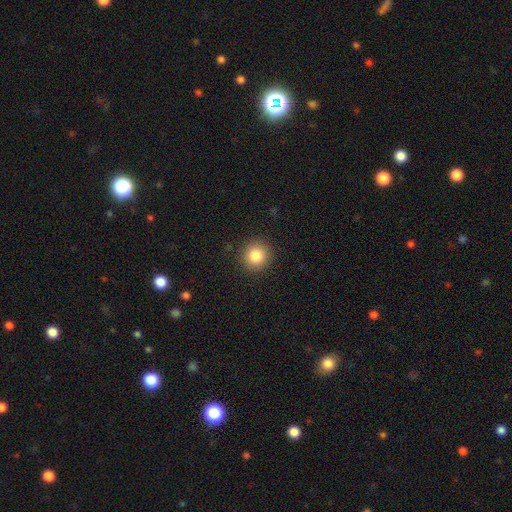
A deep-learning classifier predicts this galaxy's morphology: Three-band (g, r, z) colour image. It shows a smooth galaxy with no disk features (83%) that is round (93%). Merging: none (91%).